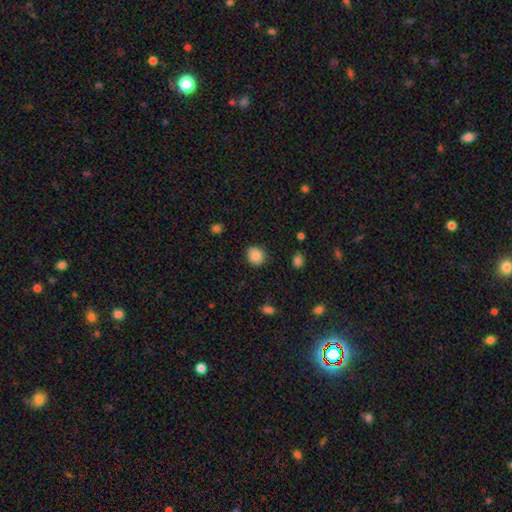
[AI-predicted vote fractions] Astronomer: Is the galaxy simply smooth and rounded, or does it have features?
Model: smooth — 87%.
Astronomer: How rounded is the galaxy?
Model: round — 82%.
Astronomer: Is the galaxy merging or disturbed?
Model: none — 87%.